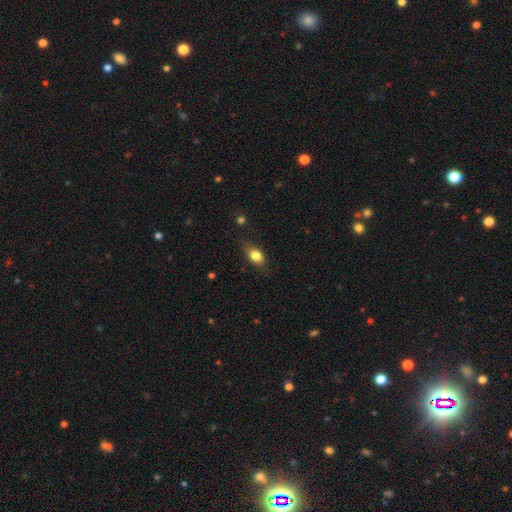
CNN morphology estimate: type=smooth (80%); roundness=in between (76%); merging=none (71%).